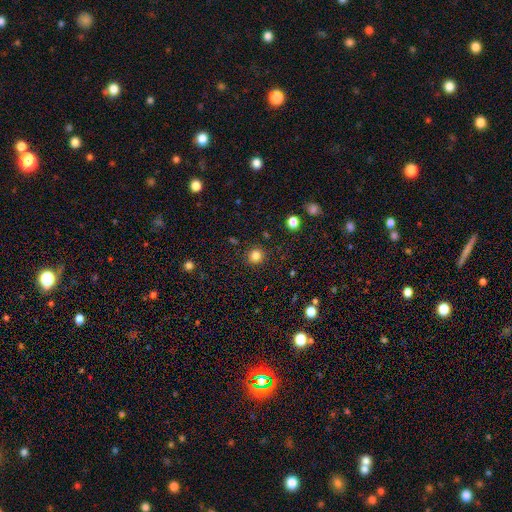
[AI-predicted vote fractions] Smooth or featured? smooth (82%)
How rounded? round (92%)
Merging? none (90%)